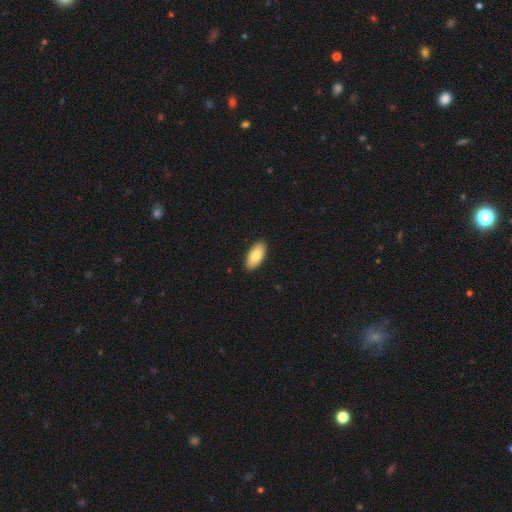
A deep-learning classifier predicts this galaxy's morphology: smooth 79%, featured or disk 15%, star or artifact 6%. Down the decision tree: how rounded — in between (92%); merging — none (90%).